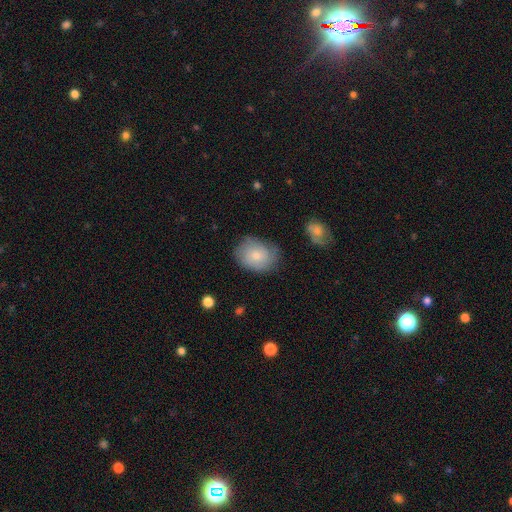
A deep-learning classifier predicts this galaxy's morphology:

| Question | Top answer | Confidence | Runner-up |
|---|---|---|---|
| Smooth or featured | smooth | 68% | featured or disk (24%) |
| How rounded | in between | 58% | round (41%) |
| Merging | none | 71% | minor disturbance (22%) |